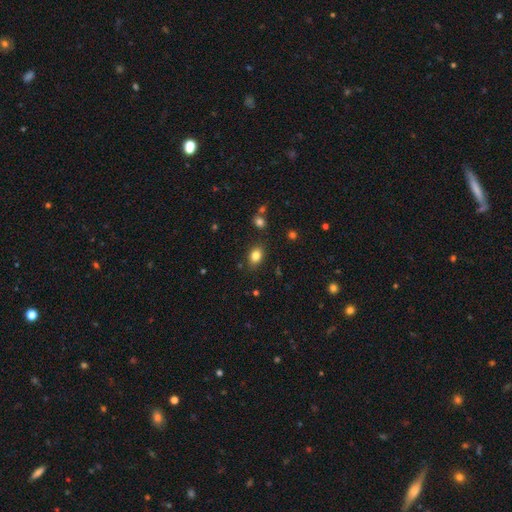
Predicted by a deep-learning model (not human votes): smooth 83%, star or artifact 11%, featured or disk 7%. Down the decision tree: how rounded — in between (72%); merging — none (83%).